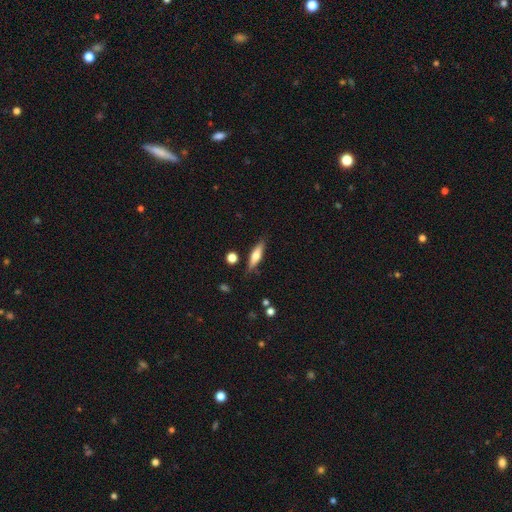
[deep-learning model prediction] Smooth or featured? Predicted: smooth (p=0.55). How rounded? Predicted: cigar-shaped (p=0.66). Merging? Predicted: none (p=0.82).